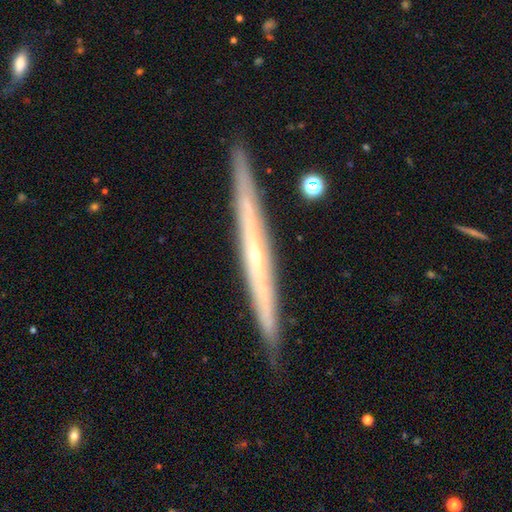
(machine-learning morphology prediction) featured or disk 75%, smooth 19%, star or artifact 6%. Down the decision tree: edge-on disk — yes (96%); edge-on bulge — none (54%); merging — none (90%).